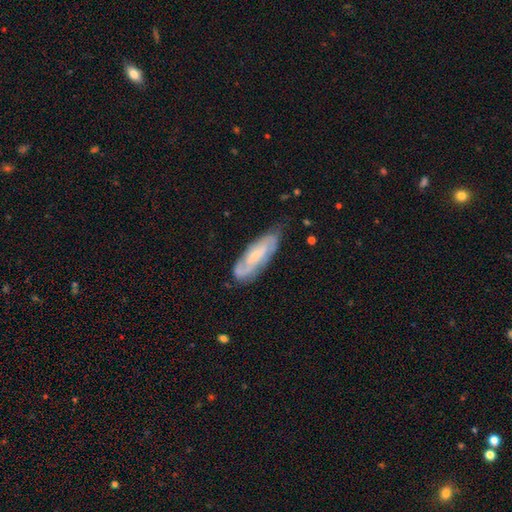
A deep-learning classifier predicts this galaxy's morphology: Smooth or featured? featured or disk (66%)
Edge-on disk? no (86%)
Bar? no (55%)
Spiral arms? yes (88%)
Bulge size? small (56%)
Merging? none (66%)